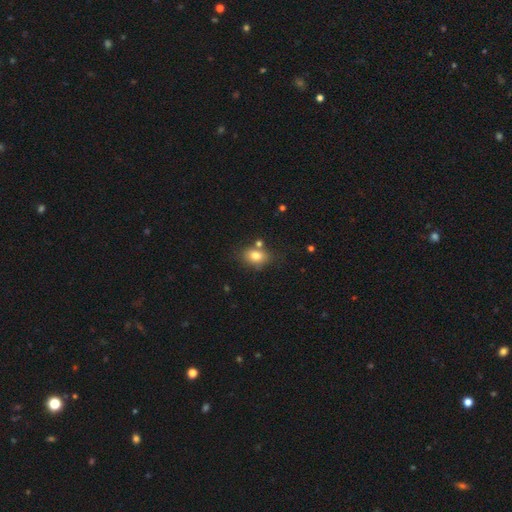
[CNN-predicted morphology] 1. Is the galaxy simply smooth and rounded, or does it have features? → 78% smooth, 11% featured or disk, 11% star or artifact.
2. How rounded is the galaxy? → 64% in between, 35% round, 1% cigar-shaped.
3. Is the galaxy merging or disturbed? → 68% none, 15% minor disturbance, 13% merger, 4% major disturbance.